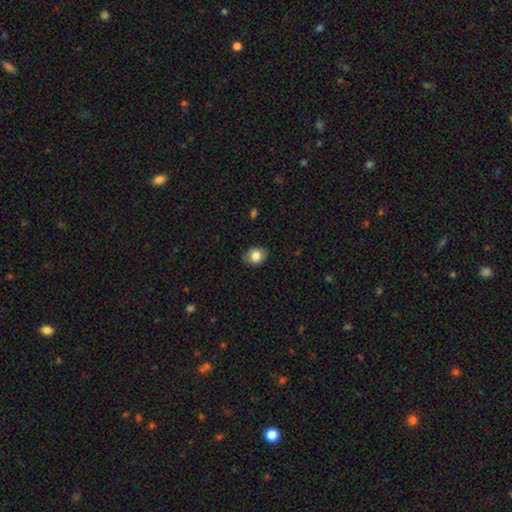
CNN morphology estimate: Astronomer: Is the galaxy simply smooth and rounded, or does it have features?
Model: smooth — 82%.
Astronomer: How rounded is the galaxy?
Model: in between — 58% (runner-up: round, 41%).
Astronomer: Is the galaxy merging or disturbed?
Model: none — 83%.